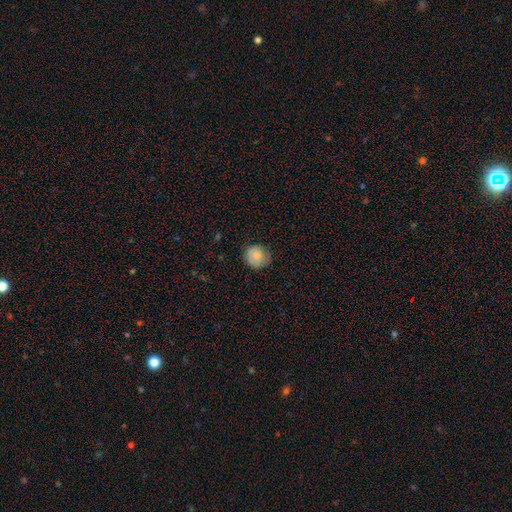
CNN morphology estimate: type=smooth (82%); roundness=round (84%); merging=none (74%).